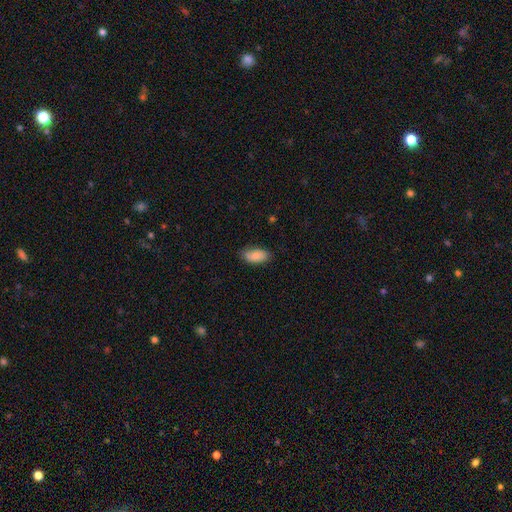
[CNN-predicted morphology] smooth 83%, featured or disk 10%, star or artifact 7%. Down the decision tree: how rounded — in between (93%); merging — none (80%).